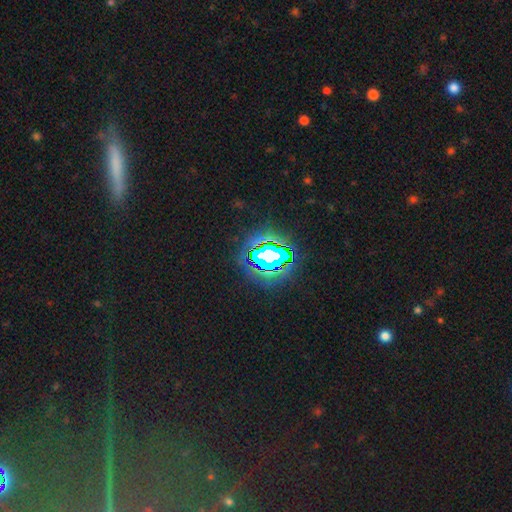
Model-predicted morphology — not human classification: Smooth or featured: star or artifact — 77% (smooth — 13%)